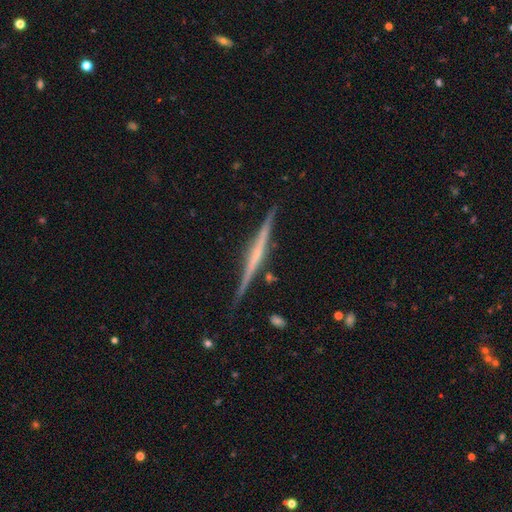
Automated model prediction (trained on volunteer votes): smooth-or-featured: featured or disk: 79% | smooth: 16% | star or artifact: 6%
  disk-edge-on: yes: 98% | no: 2%
    edge-on-bulge: none: 48% | rounded: 41% | boxy: 11%
  merging: none: 88% | minor disturbance: 9% | merger: 2% | major disturbance: 2%